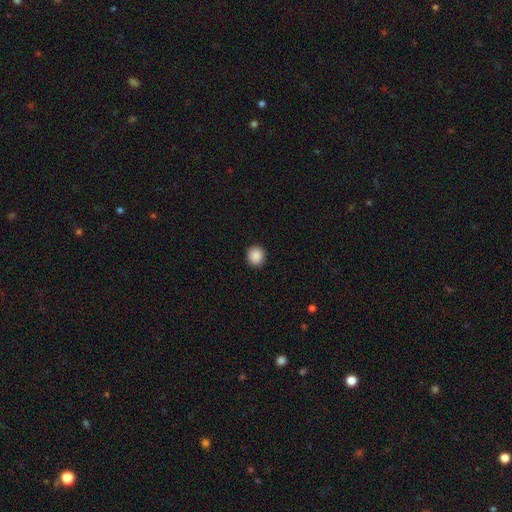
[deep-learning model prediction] This appears to be a smooth galaxy with no disk features (89%) that is round (91%). Merging: none (93%).